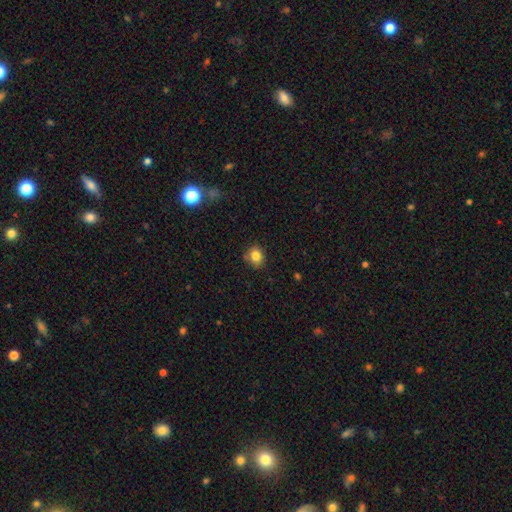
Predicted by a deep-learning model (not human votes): Morphology: type=smooth (82%); roundness=round (70%); merging=none (76%).